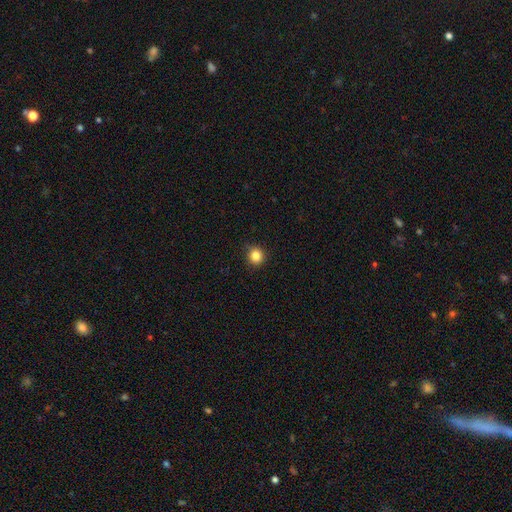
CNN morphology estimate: Smooth or featured?
  - smooth: 84% *
  - star or artifact: 11%
  - featured or disk: 5%
How rounded?
  - round: 90% *
  - in between: 9%
  - cigar-shaped: 1%
Merging?
  - none: 86% *
  - minor disturbance: 10%
  - major disturbance: 2%
  - merger: 1%